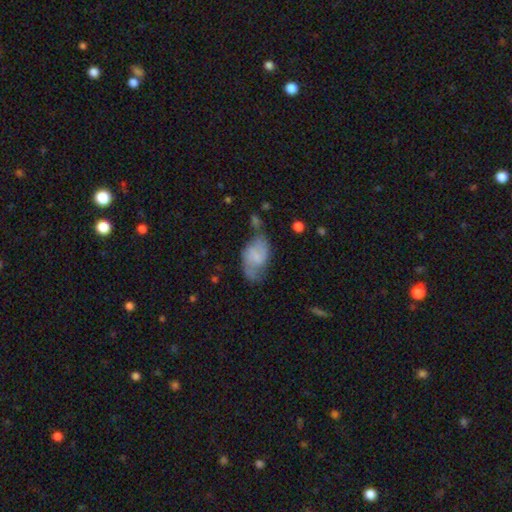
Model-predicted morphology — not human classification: Smooth or featured?
  - featured or disk: 50% *
  - smooth: 42%
  - star or artifact: 8%
Merging?
  - none: 49% *
  - minor disturbance: 30%
  - major disturbance: 15%
  - merger: 7%